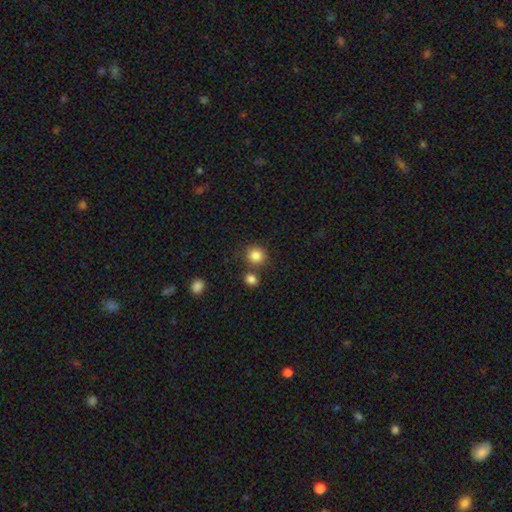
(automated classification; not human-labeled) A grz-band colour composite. It shows a smooth galaxy with no disk features (85%) that is round (87%). Merging: none (72%).